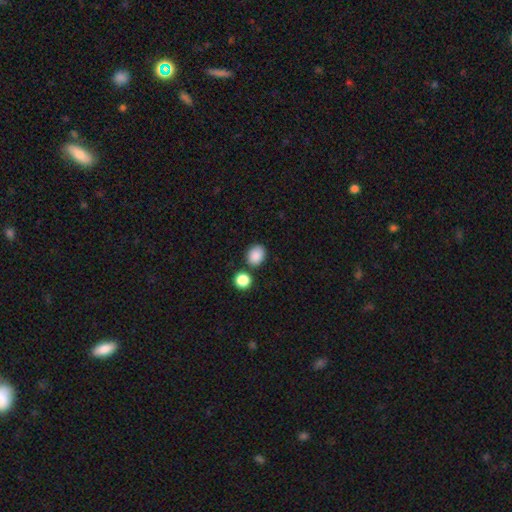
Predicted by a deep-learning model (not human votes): smooth-or-featured: smooth: 87% | star or artifact: 9% | featured or disk: 4%
  how-rounded: in between: 55% | round: 44% | cigar-shaped: 1%
  merging: none: 77% | minor disturbance: 11% | merger: 9% | major disturbance: 3%